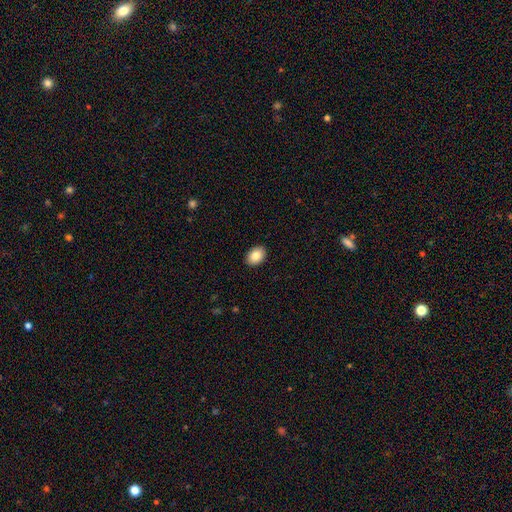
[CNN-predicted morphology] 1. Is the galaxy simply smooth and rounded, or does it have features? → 87% smooth, 7% star or artifact, 6% featured or disk.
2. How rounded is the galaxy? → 79% in between, 20% round, 1% cigar-shaped.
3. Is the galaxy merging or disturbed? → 91% none, 7% minor disturbance, 2% major disturbance, 1% merger.